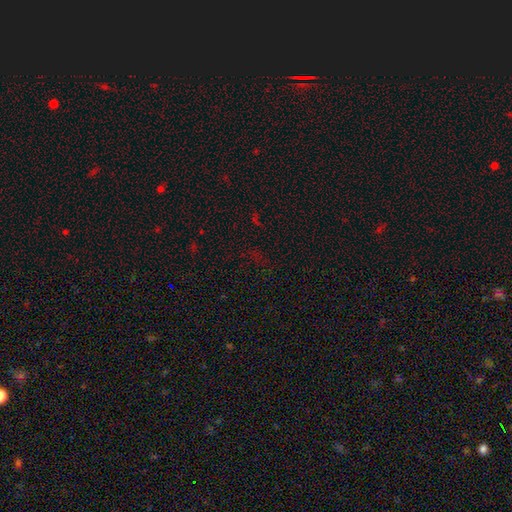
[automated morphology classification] A star or artifact, not a galaxy (67%).

Vote fractions:
- Smooth or featured? star or artifact: 67% / smooth: 25% / featured or disk: 8%